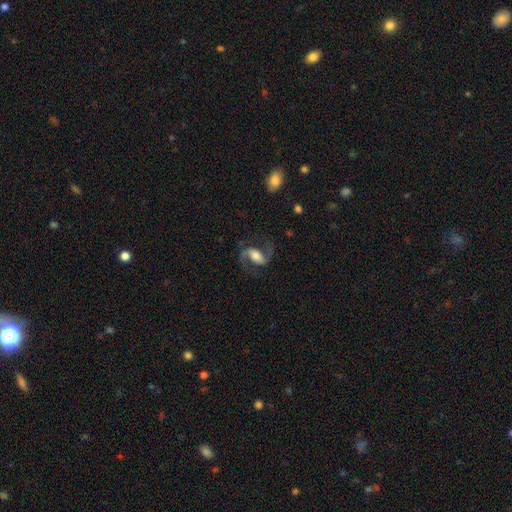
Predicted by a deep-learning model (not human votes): Smooth or featured?
  - featured or disk: 86% *
  - smooth: 9%
  - star or artifact: 5%
Edge-on disk?
  - no: 97% *
  - yes: 3%
Bar?
  - weak: 39% *
  - strong: 35%
  - no: 25%
Spiral arms?
  - yes: 96% *
  - no: 4%
Spiral winding?
  - medium: 46% *
  - loose: 45%
  - tight: 8%
Spiral arm count?
  - 2: 93% *
  - 1: 2%
  - can't tell: 2%
  - 3: 1%
  - 4: 1%
  - more than 4: 1%
Bulge size?
  - moderate: 52% *
  - large: 25%
  - small: 17%
  - none: 4%
  - dominant: 3%
Merging?
  - none: 76% *
  - minor disturbance: 12%
  - major disturbance: 10%
  - merger: 1%